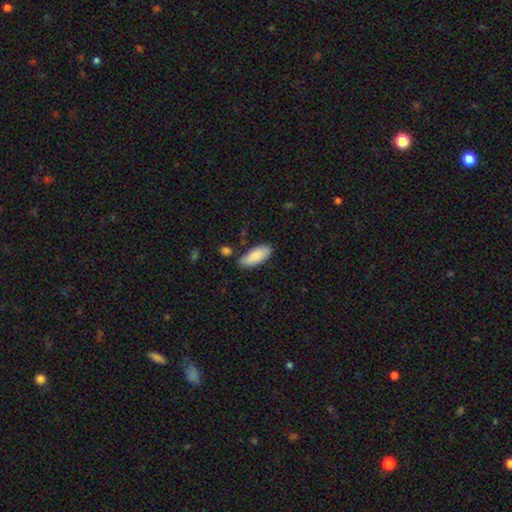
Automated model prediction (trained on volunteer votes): Morphology: type=smooth (87%); roundness=in between (83%); merging=none (79%).